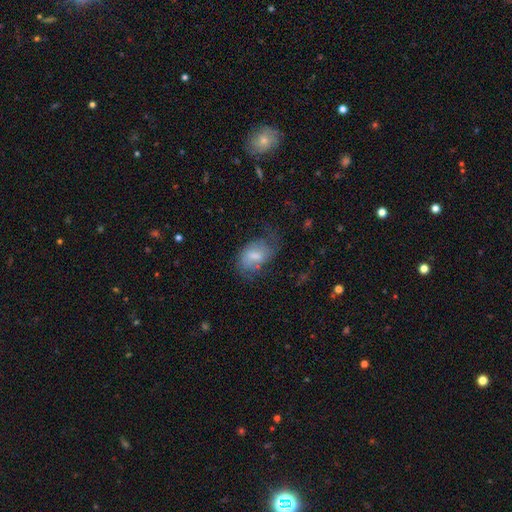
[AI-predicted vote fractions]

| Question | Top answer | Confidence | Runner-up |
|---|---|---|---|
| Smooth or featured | smooth | 51% | featured or disk (38%) |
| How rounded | in between | 85% | round (13%) |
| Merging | none | 46% | minor disturbance (29%) |